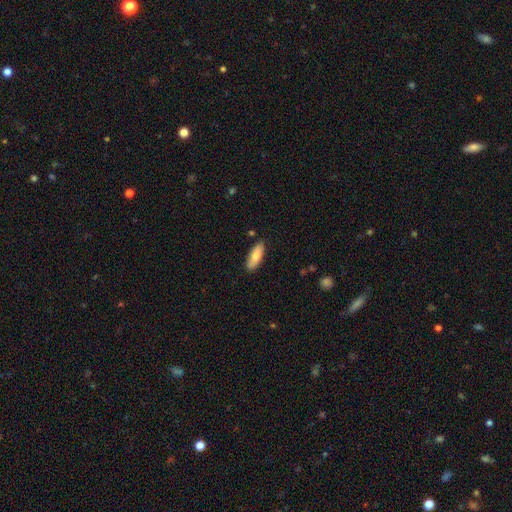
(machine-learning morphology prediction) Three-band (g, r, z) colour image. It shows a smooth galaxy with no disk features (80%) that is in between round and cigar-shaped (67%). Merging: none (86%).